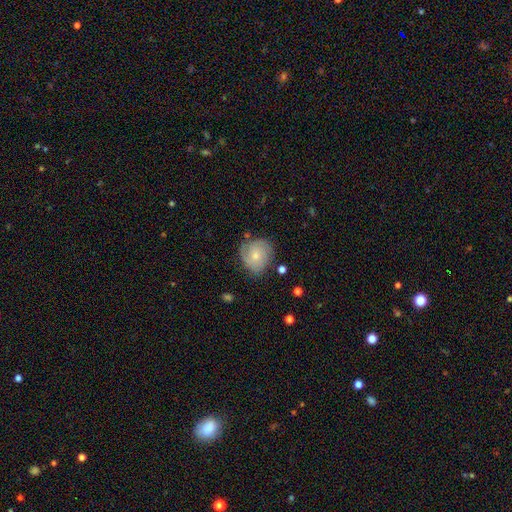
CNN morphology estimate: Smooth or featured: featured or disk — 51% (smooth — 42%)
Edge-on disk: no — 97% (yes — 3%)
Merging: none — 67% (minor disturbance — 23%)